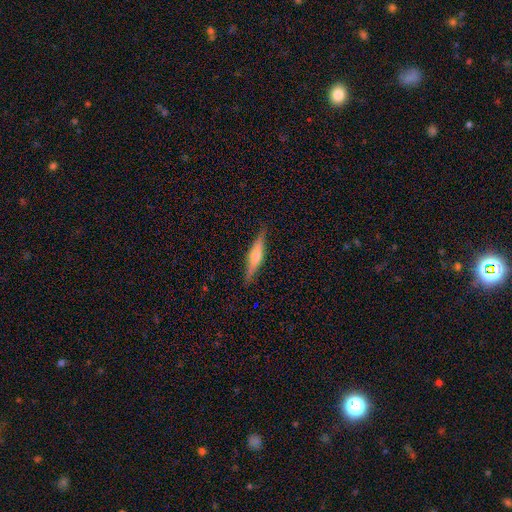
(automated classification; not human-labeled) A featured or disk galaxy (61%) viewed edge-on (96%) with a rounded central bulge (82%). Merging: none (88%).